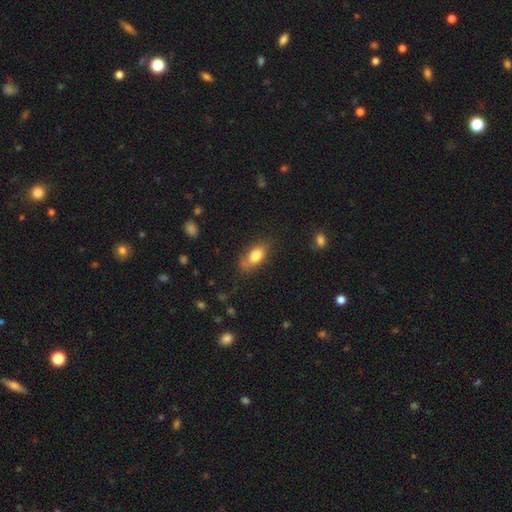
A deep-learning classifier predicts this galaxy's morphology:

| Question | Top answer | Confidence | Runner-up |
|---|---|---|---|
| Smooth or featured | smooth | 78% | featured or disk (14%) |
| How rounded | in between | 86% | round (7%) |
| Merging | none | 67% | minor disturbance (23%) |